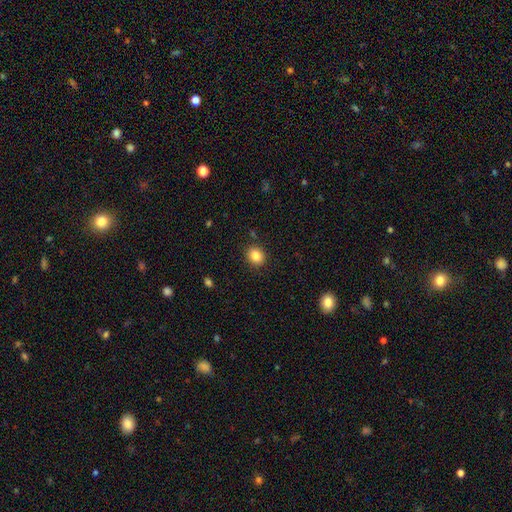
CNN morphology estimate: type=smooth (85%); roundness=round (65%); merging=none (88%).